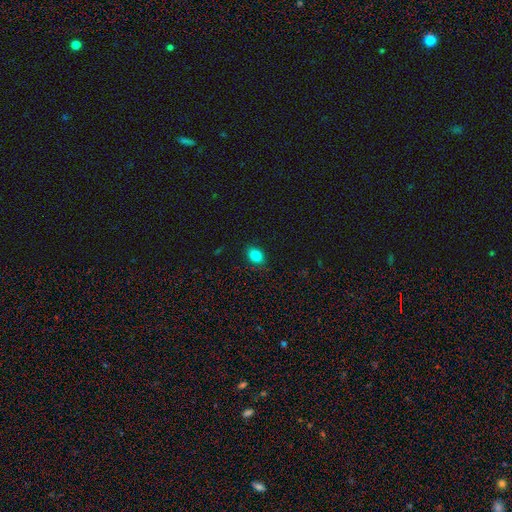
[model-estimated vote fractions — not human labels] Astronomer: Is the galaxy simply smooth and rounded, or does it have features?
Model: smooth — 84%.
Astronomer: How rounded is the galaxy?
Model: in between — 63%.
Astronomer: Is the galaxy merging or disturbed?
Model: none — 86%.